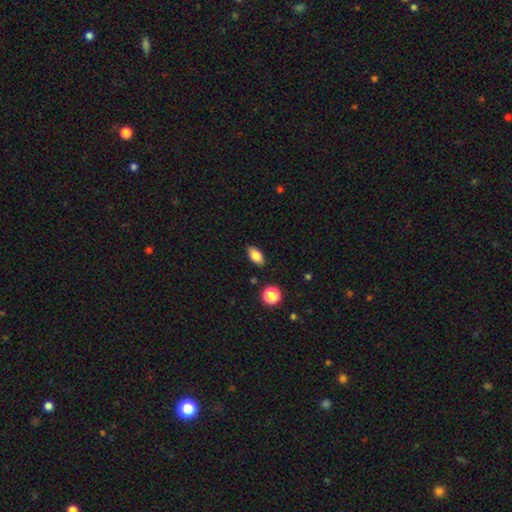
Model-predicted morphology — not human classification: Smooth or featured: smooth — 81% (featured or disk — 10%)
How rounded: in between — 88% (round — 7%)
Merging: none — 87% (minor disturbance — 10%)